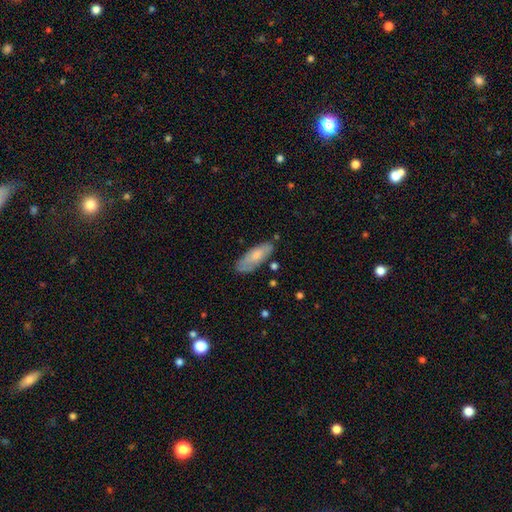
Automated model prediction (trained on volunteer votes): A smooth galaxy with no disk features (71%) that is in between round and cigar-shaped (69%).

Vote fractions:
- Smooth or featured? smooth: 71% / featured or disk: 23% / star or artifact: 6%
- How rounded? in between: 69% / cigar-shaped: 29% / round: 2%
- Merging? none: 71% / minor disturbance: 21% / major disturbance: 5% / merger: 3%